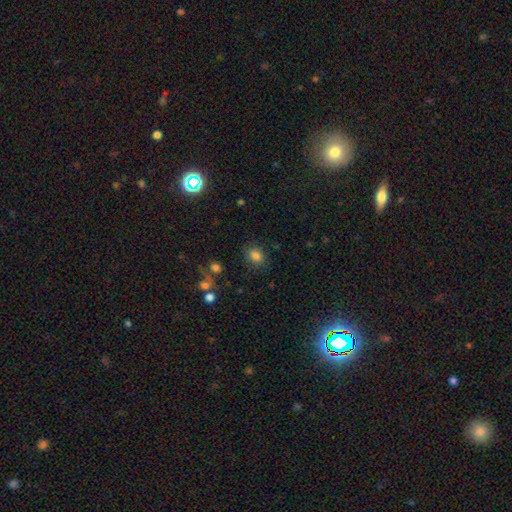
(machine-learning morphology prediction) Overall: smooth (81%). How rounded: in between (54%; round 44%). Merging: none (83%).